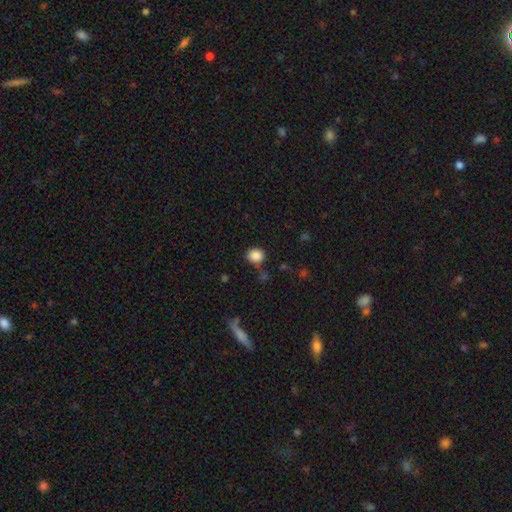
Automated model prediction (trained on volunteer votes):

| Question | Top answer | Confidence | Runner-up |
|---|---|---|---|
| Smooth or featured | smooth | 86% | star or artifact (10%) |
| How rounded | round | 72% | in between (27%) |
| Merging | none | 76% | minor disturbance (15%) |